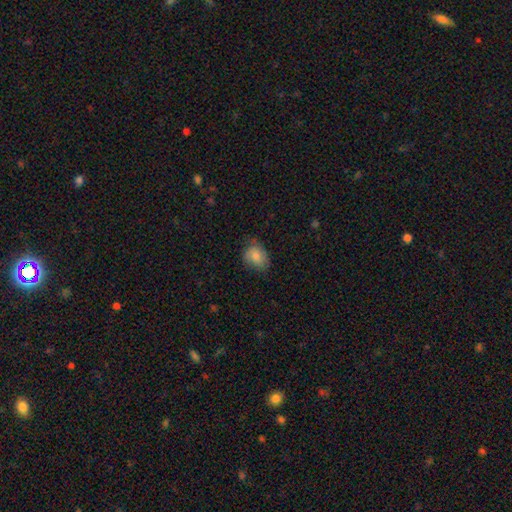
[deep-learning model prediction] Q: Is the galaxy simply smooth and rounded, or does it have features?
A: smooth — 79%.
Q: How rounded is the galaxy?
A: in between — 62%.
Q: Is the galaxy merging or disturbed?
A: none — 62%.